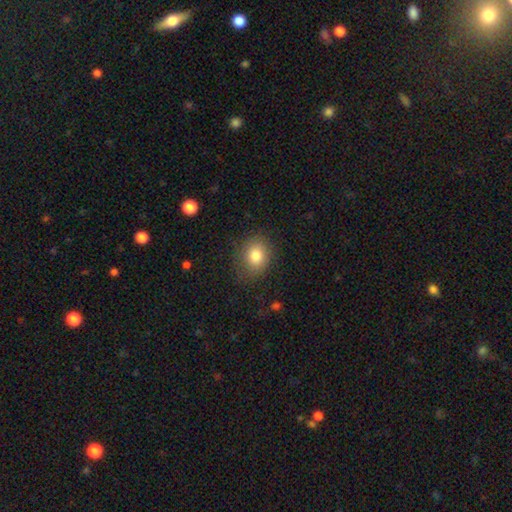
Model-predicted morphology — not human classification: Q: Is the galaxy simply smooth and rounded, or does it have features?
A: smooth — 81%.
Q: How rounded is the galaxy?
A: round — 56%.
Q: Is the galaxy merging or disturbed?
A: none — 79%.